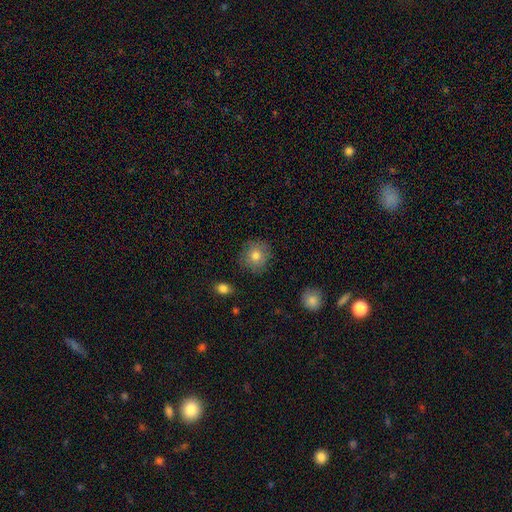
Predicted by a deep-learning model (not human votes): smooth_or_featured: smooth (p=0.80) [alt: featured or disk p=0.11]
how_rounded: round (p=0.90) [alt: in between p=0.09]
merging: none (p=0.85) [alt: minor disturbance p=0.11]